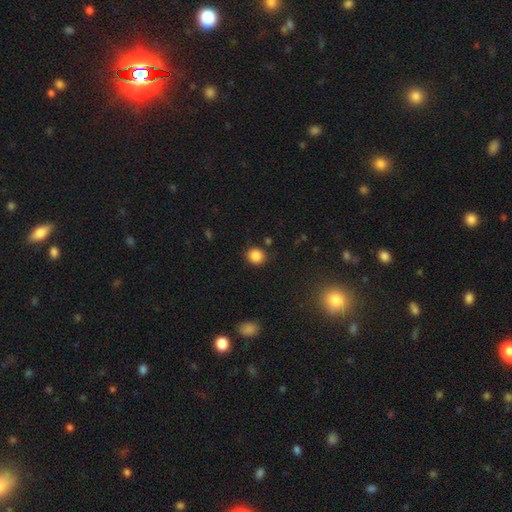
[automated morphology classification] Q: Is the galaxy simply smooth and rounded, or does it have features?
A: smooth — 86%.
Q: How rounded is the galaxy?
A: round — 80%.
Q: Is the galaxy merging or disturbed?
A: none — 84%.